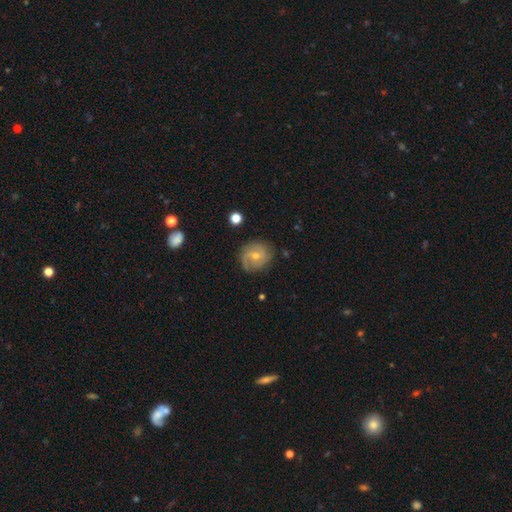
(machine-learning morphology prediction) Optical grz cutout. It shows a featured or disk galaxy (65%) with no bar (59%), 2 (46%) medium (41%) spiral arms (89%) and a small central bulge (59%). Merging: none (75%).